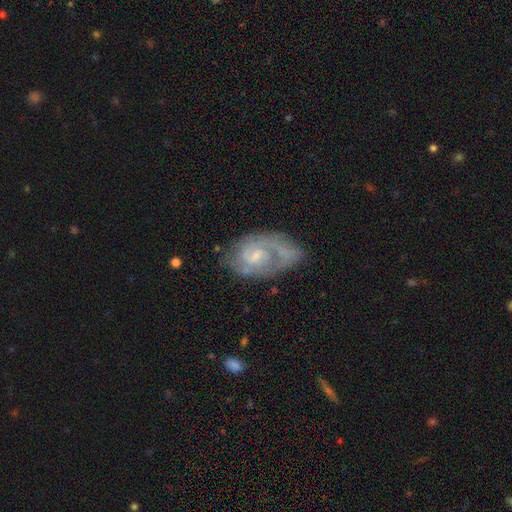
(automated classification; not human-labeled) featured or disk 77%, smooth 17%, star or artifact 6%. Down the decision tree: edge-on disk — no (97%); bar — weak (49%); spiral arms — yes (88%); spiral arm count — 2 (50%); spiral winding — medium (43%); bulge size — small (52%); merging — none (57%).